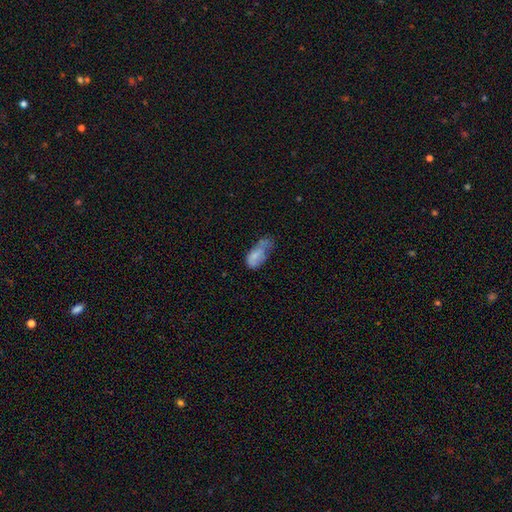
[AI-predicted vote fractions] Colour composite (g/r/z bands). It shows a smooth galaxy with no disk features (70%) that is in between round and cigar-shaped (91%). Merging: minor disturbance (35%).